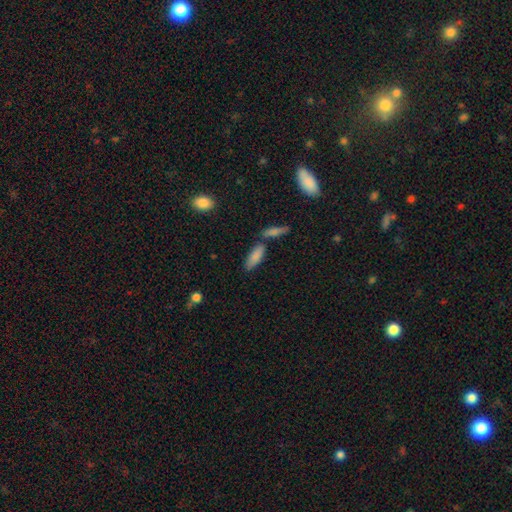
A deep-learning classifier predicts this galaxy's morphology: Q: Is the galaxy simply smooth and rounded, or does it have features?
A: smooth — 84%.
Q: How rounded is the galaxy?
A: in between — 62%.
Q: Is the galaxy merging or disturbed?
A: none — 66%.